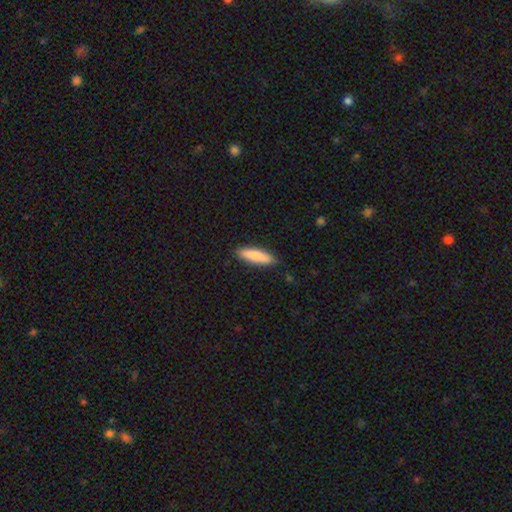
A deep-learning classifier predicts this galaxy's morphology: Smooth or featured: smooth — 85% (featured or disk — 10%)
How rounded: cigar-shaped — 64% (in between — 34%)
Merging: none — 88% (minor disturbance — 9%)